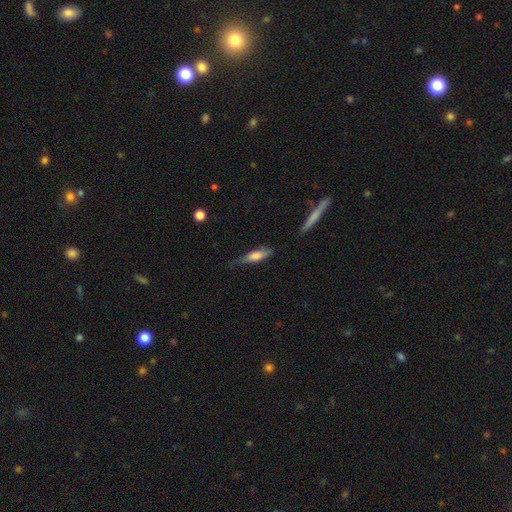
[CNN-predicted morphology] This appears to be a smooth galaxy with no disk features (66%) that is cigar-shaped (67%). Merging: none (58%).